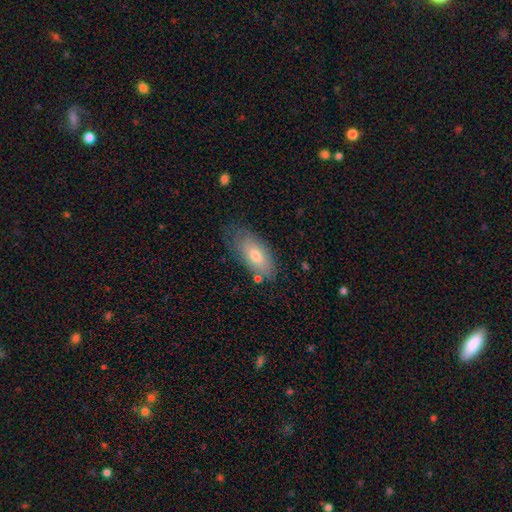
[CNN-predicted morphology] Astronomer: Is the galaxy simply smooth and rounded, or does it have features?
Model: smooth — 69%.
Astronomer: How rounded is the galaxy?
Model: in between — 86%.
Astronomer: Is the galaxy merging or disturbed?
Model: none — 66%.